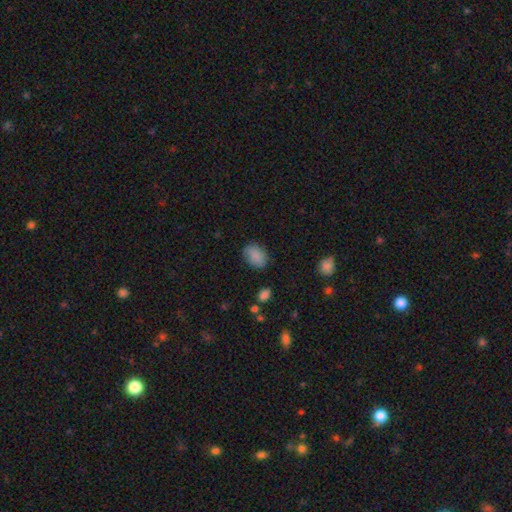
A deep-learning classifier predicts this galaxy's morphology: type=smooth (86%); roundness=in between (81%); merging=none (77%).